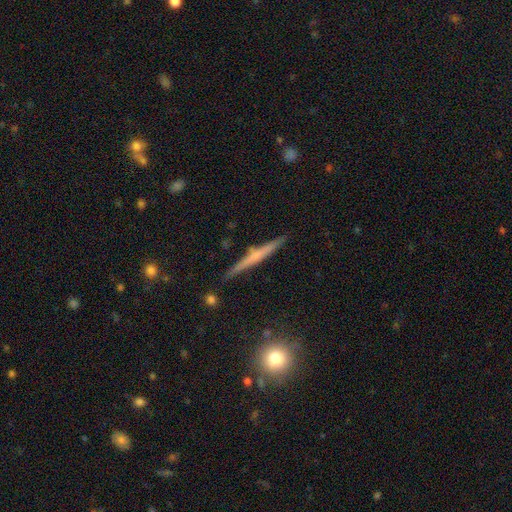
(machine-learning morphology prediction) Q: Smooth or featured?
A: featured or disk (60%); runner-up: smooth (33%)
Q: Edge-on disk?
A: yes (97%); runner-up: no (3%)
Q: Edge-on bulge?
A: none (52%); runner-up: rounded (38%)
Q: Merging?
A: none (88%); runner-up: minor disturbance (9%)